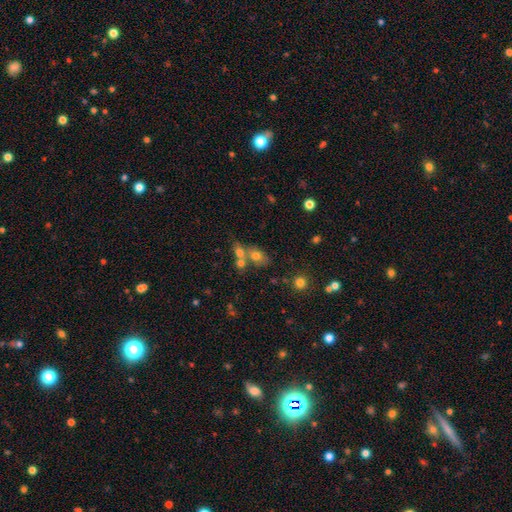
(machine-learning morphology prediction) Q: Smooth or featured?
A: smooth (64%); runner-up: featured or disk (19%)
Q: How rounded?
A: in between (60%); runner-up: round (37%)
Q: Merging?
A: merger (47%); runner-up: none (38%)